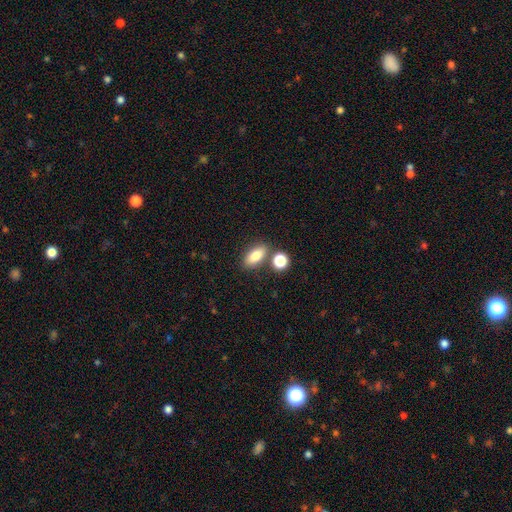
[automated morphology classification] Overall: smooth (80%). How rounded: in between (82%). Merging: none (74%).